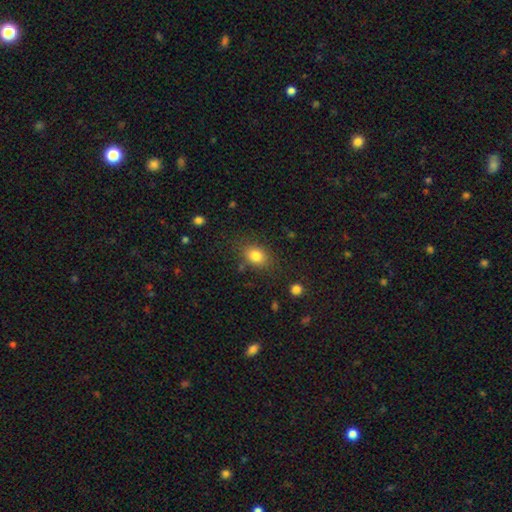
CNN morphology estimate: Smooth or featured?
  - smooth: 82% *
  - star or artifact: 10%
  - featured or disk: 8%
How rounded?
  - in between: 65% *
  - round: 34%
  - cigar-shaped: 1%
Merging?
  - none: 80% *
  - minor disturbance: 13%
  - major disturbance: 4%
  - merger: 3%